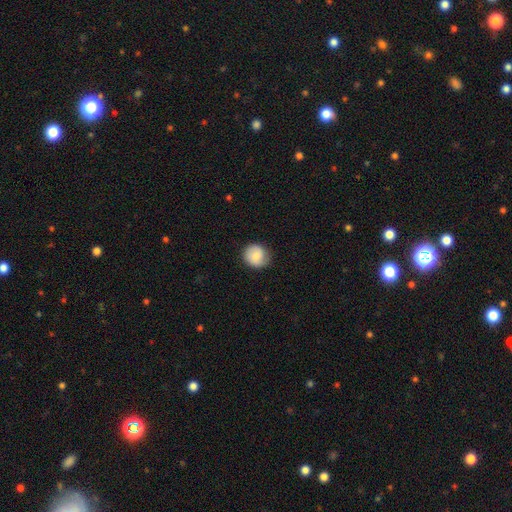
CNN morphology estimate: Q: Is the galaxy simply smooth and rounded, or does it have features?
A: smooth — 78%.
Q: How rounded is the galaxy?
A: round — 87%.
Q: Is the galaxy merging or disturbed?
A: none — 81%.